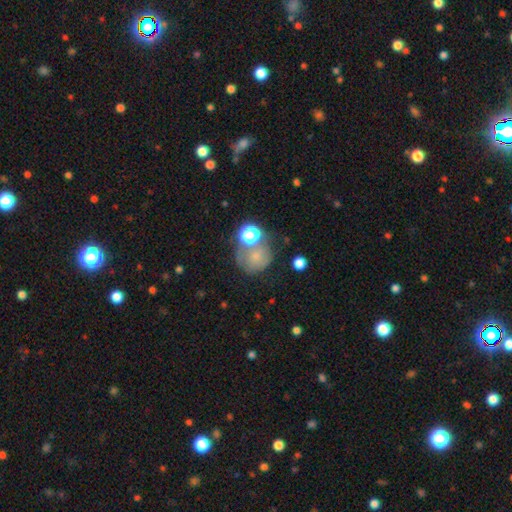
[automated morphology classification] smooth 60%, featured or disk 22%, star or artifact 18%. Down the decision tree: how rounded — round (78%); merging — none (41%).